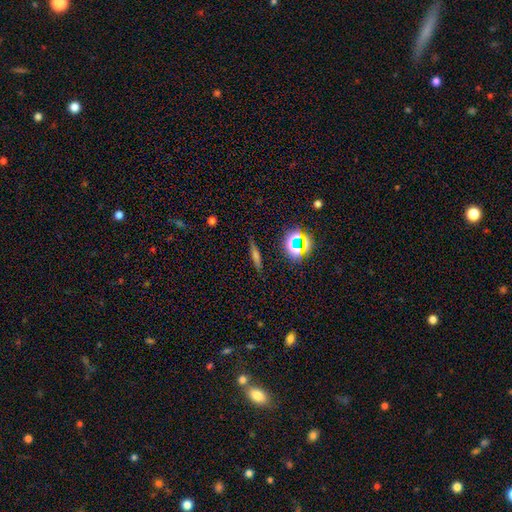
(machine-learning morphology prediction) Smooth or featured? Predicted: smooth (p=0.43). Merging? Predicted: none (p=0.86).